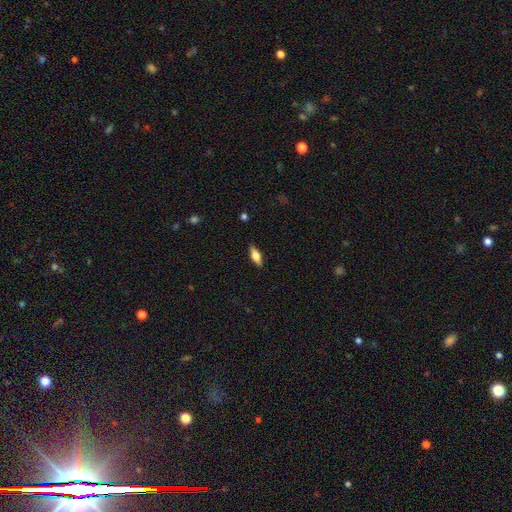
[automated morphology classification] A smooth galaxy with no disk features (61%) that is in between round and cigar-shaped (68%).

Vote fractions:
- Smooth or featured? smooth: 61% / featured or disk: 32% / star or artifact: 7%
- How rounded? in between: 68% / cigar-shaped: 29% / round: 3%
- Merging? none: 88% / minor disturbance: 9% / major disturbance: 2% / merger: 1%